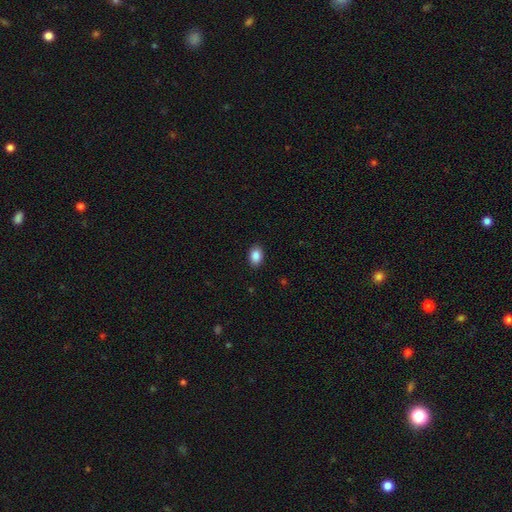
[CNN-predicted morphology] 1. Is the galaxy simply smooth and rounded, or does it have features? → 88% smooth, 8% star or artifact, 4% featured or disk.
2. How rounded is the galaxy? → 81% in between, 18% round, 1% cigar-shaped.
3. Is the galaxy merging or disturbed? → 89% none, 8% minor disturbance, 2% major disturbance, 1% merger.